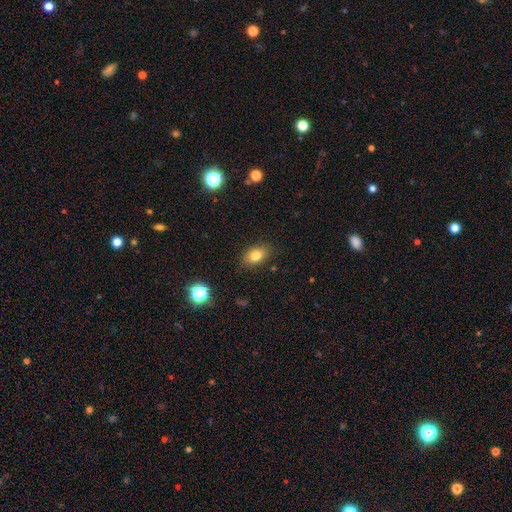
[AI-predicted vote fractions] Smooth or featured: smooth — 79% (star or artifact — 11%)
How rounded: in between — 80% (round — 18%)
Merging: none — 85% (minor disturbance — 11%)